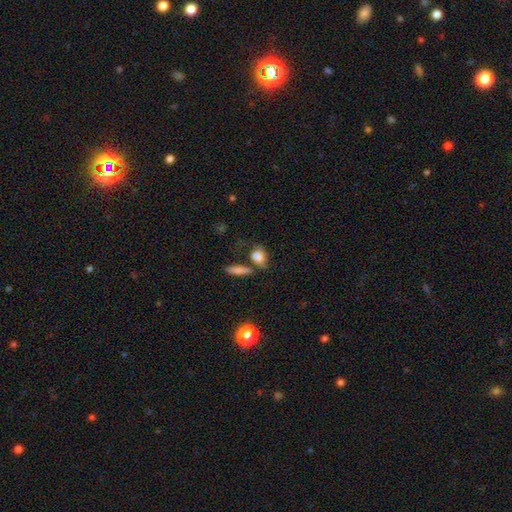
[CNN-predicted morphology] The model was most divided on "merging": none: 49%, merger: 23%, minor disturbance: 20%, major disturbance: 9%. More confident: smooth or featured — smooth (79%); how rounded — in between (74%).